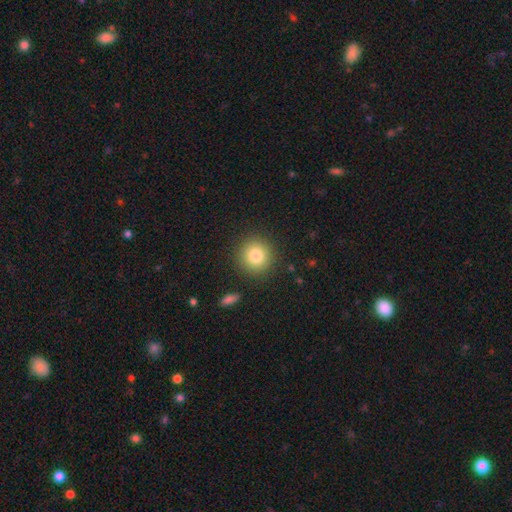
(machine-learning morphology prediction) smooth 82%, star or artifact 10%, featured or disk 8%. Down the decision tree: how rounded — round (93%); merging — none (89%).